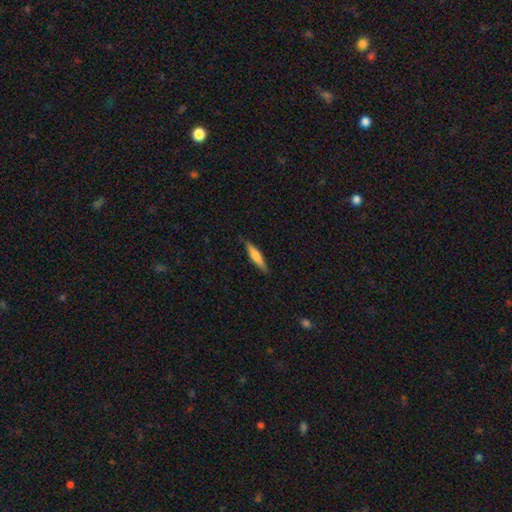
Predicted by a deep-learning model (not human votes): Morphology: type=smooth (57%); roundness=cigar-shaped (86%); merging=none (88%).